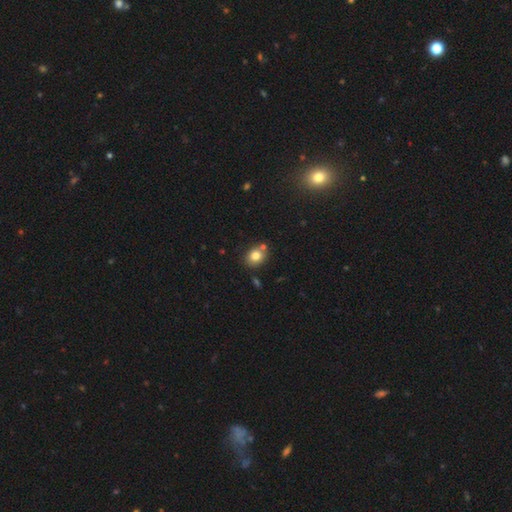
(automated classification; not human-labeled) smooth_or_featured: smooth (p=0.79) [alt: star or artifact p=0.10]
how_rounded: round (p=0.54) [alt: in between p=0.45]
merging: none (p=0.72) [alt: merger p=0.13]